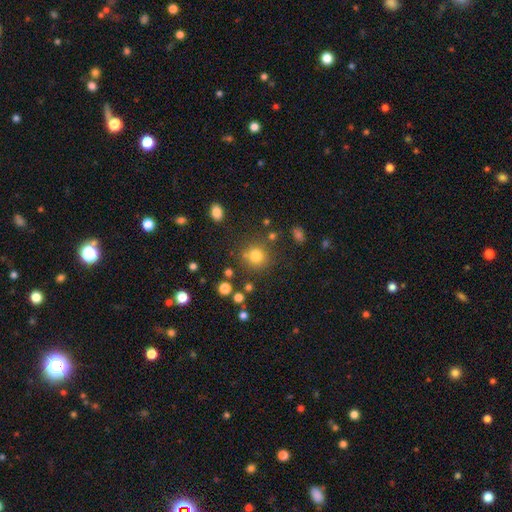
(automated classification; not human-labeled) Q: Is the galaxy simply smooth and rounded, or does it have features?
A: smooth — 78%.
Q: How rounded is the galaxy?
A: round — 90%.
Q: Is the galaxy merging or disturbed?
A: none — 79%.